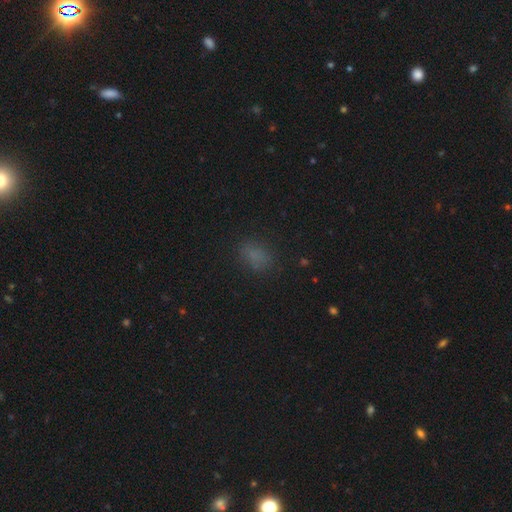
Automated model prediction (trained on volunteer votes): A smooth galaxy with no disk features (76%) that is in between round and cigar-shaped (76%).

Vote fractions:
- Smooth or featured? smooth: 76% / star or artifact: 18% / featured or disk: 7%
- How rounded? in between: 76% / round: 21% / cigar-shaped: 3%
- Merging? none: 79% / minor disturbance: 14% / major disturbance: 5% / merger: 2%